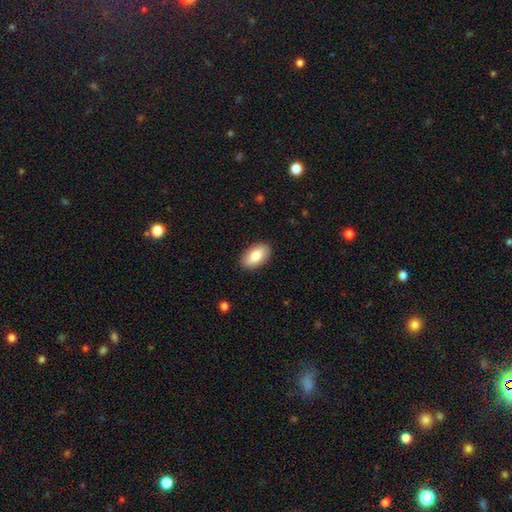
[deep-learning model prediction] This is clearly a smooth galaxy (82%). How rounded: clearly in between (94%). Merging: clearly none (89%).